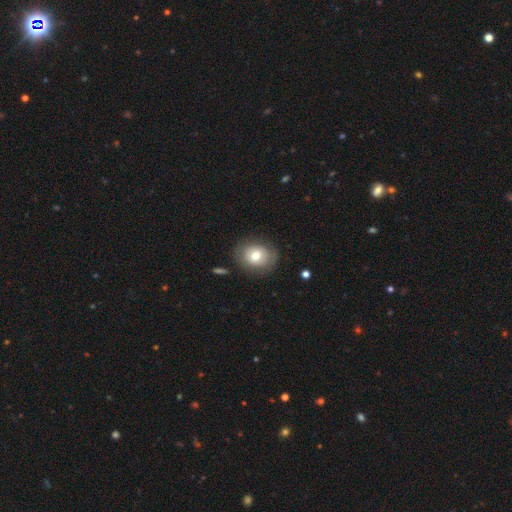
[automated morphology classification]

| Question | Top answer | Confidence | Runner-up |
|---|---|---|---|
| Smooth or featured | smooth | 69% | featured or disk (22%) |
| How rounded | round | 57% | in between (42%) |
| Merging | none | 80% | minor disturbance (14%) |